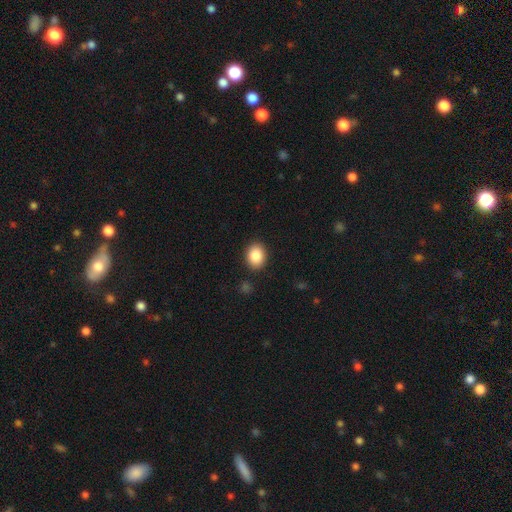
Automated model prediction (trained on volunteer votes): Smooth or featured? smooth (87%)
How rounded? in between (58%)
Merging? none (89%)